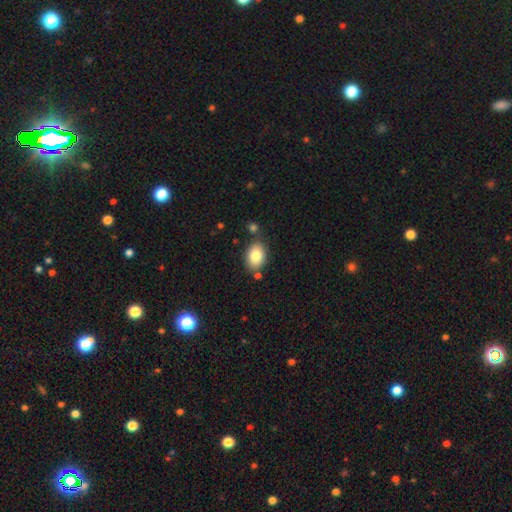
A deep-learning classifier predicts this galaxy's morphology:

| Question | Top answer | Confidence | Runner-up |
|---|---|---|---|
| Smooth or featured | smooth | 82% | featured or disk (9%) |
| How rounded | in between | 79% | round (20%) |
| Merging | none | 77% | minor disturbance (12%) |